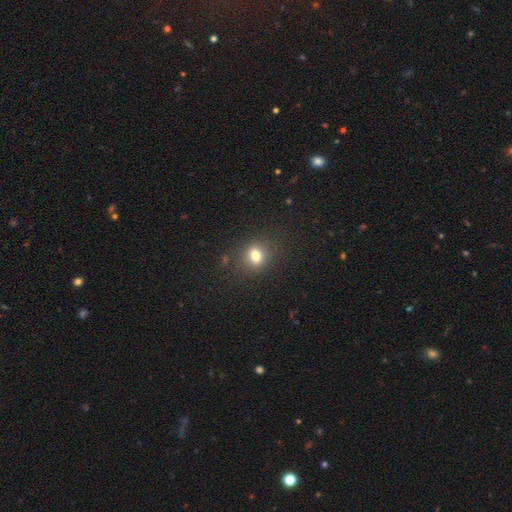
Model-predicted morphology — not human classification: This appears to be a smooth galaxy with no disk features (78%) that is round (57%). Merging: none (84%).